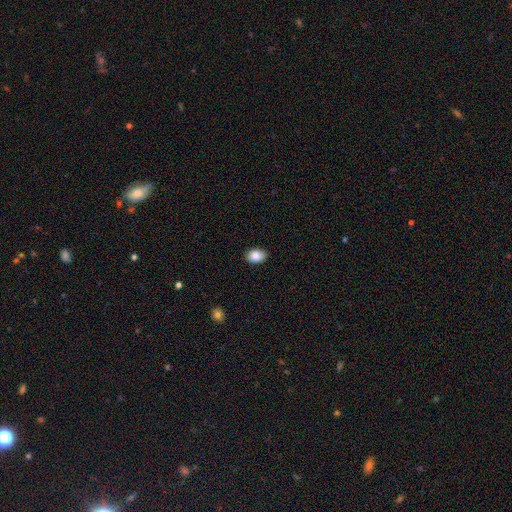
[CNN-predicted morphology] The model was most divided on "how rounded": in between: 79%, round: 20%, cigar-shaped: 1%. More confident: smooth or featured — smooth (88%); merging — none (88%).